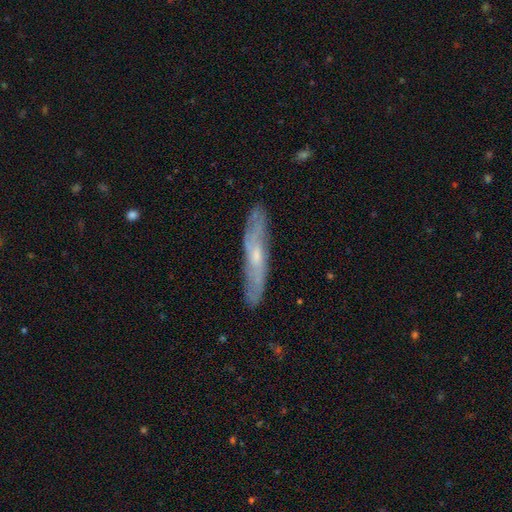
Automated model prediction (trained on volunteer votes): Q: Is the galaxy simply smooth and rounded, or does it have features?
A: featured or disk — 63%.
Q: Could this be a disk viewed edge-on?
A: yes — 60%.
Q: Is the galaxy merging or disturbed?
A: none — 84%.